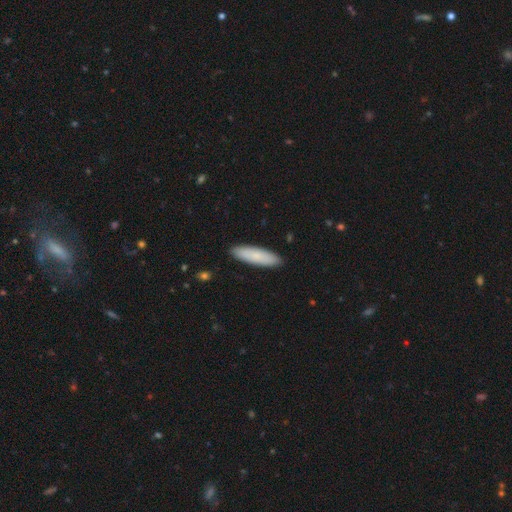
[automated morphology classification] Smooth or featured?
  - smooth: 82% *
  - featured or disk: 12%
  - star or artifact: 6%
How rounded?
  - cigar-shaped: 65% *
  - in between: 33%
  - round: 1%
Merging?
  - none: 91% *
  - minor disturbance: 7%
  - major disturbance: 1%
  - merger: 1%